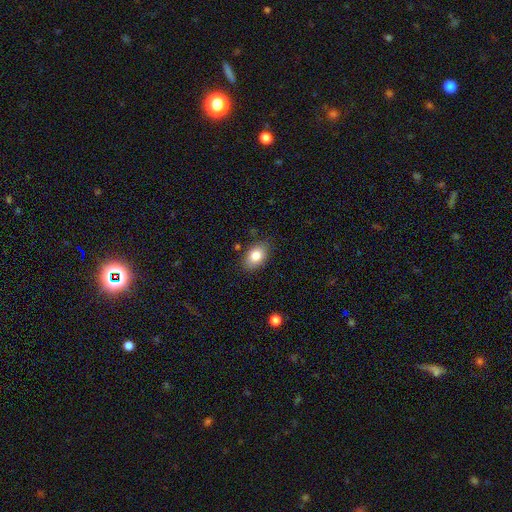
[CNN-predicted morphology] Smooth or featured?
  - smooth: 82% *
  - featured or disk: 10%
  - star or artifact: 8%
How rounded?
  - in between: 87% *
  - round: 12%
  - cigar-shaped: 1%
Merging?
  - none: 83% *
  - minor disturbance: 13%
  - major disturbance: 3%
  - merger: 2%